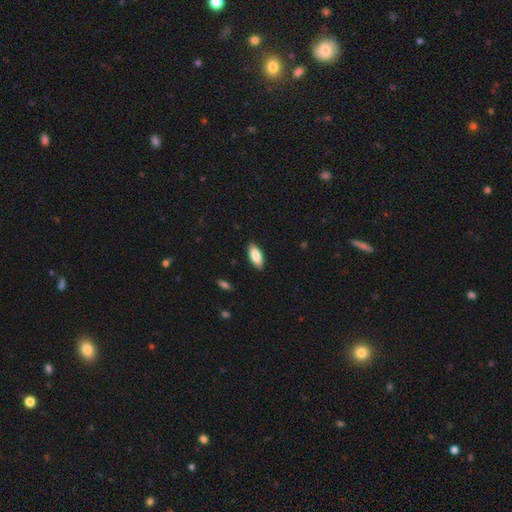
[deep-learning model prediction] smooth-or-featured: smooth: 87% | featured or disk: 8% | star or artifact: 6%
  how-rounded: in between: 85% | cigar-shaped: 13% | round: 2%
  merging: none: 89% | minor disturbance: 8% | major disturbance: 2% | merger: 1%